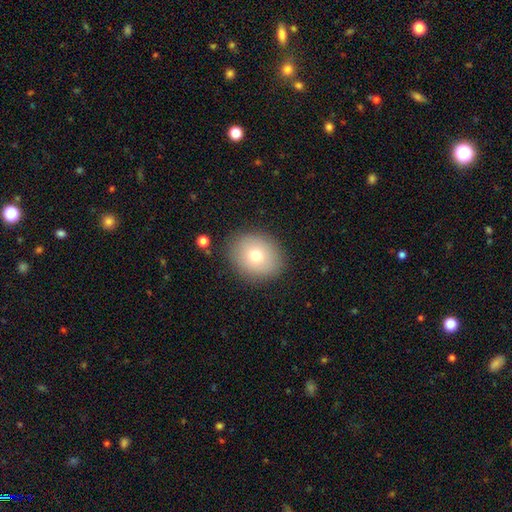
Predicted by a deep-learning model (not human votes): Smooth or featured?
  - smooth: 74% *
  - featured or disk: 15%
  - star or artifact: 11%
How rounded?
  - round: 67% *
  - in between: 32%
  - cigar-shaped: 1%
Merging?
  - none: 86% *
  - minor disturbance: 9%
  - major disturbance: 3%
  - merger: 2%